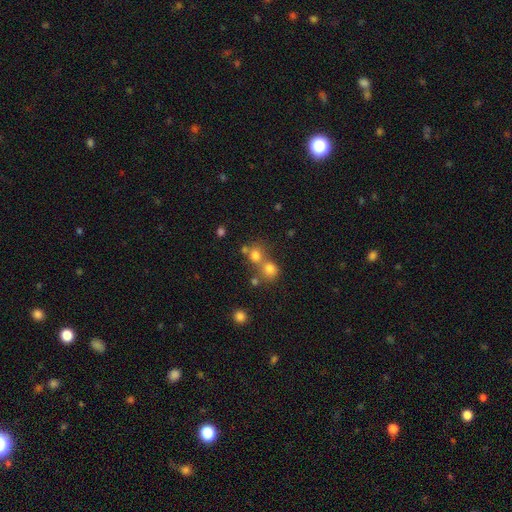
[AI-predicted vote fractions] Morphology: type=smooth (71%); roundness=round (84%); merging=none (47%).